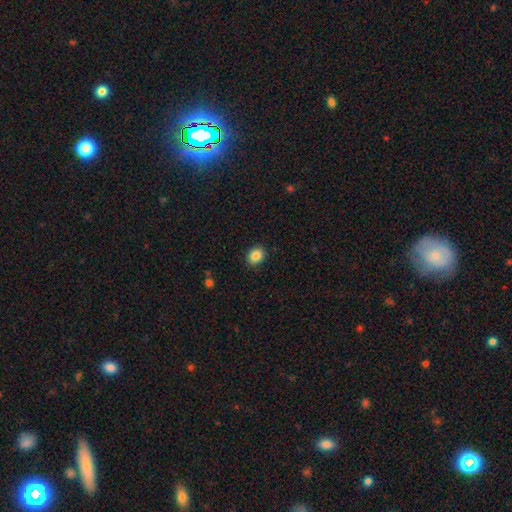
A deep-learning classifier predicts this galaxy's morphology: Overall: smooth (86%). How rounded: in between (50%; round 49%). Merging: none (90%).